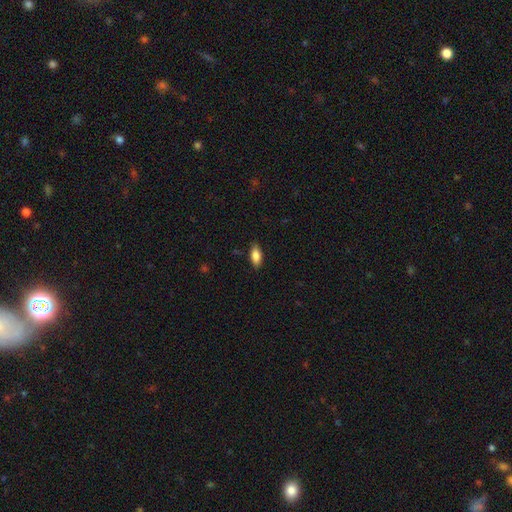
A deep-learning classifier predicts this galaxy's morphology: This appears to be a smooth galaxy with no disk features (83%) that is in between round and cigar-shaped (84%). Merging: none (86%).